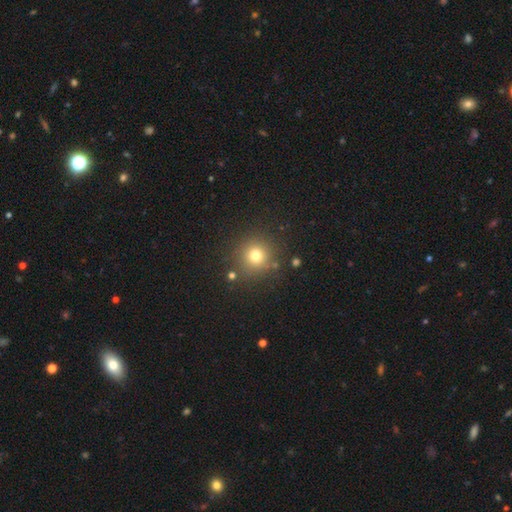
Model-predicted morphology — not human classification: smooth 75%, star or artifact 17%, featured or disk 8%. Down the decision tree: how rounded — round (94%); merging — none (84%).